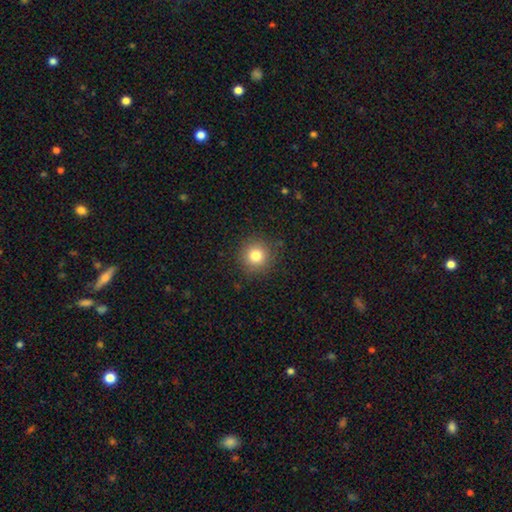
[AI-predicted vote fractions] smooth 81%, star or artifact 12%, featured or disk 7%. Down the decision tree: how rounded — round (95%); merging — none (90%).